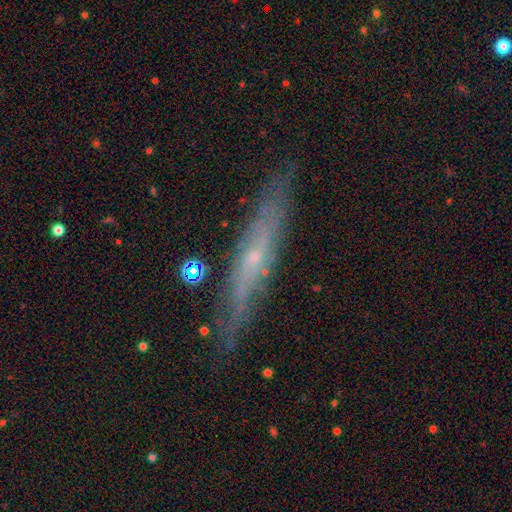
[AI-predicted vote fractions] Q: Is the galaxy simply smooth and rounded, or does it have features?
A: featured or disk — 66%.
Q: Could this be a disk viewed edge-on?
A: yes — 75%.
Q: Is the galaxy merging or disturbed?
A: none — 80%.